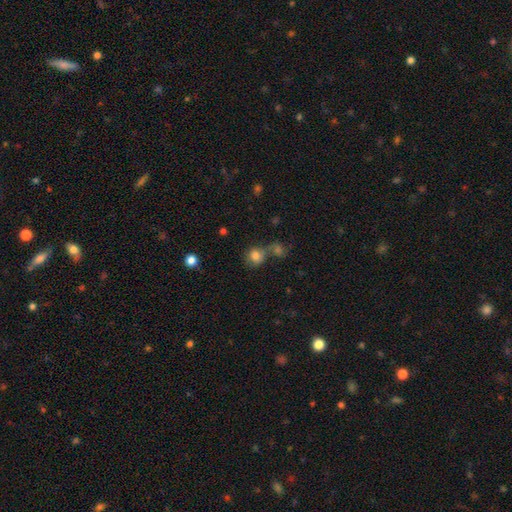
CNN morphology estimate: Q: Smooth or featured?
A: smooth (81%); runner-up: star or artifact (11%)
Q: How rounded?
A: round (79%); runner-up: in between (20%)
Q: Merging?
A: none (49%); runner-up: merger (34%)